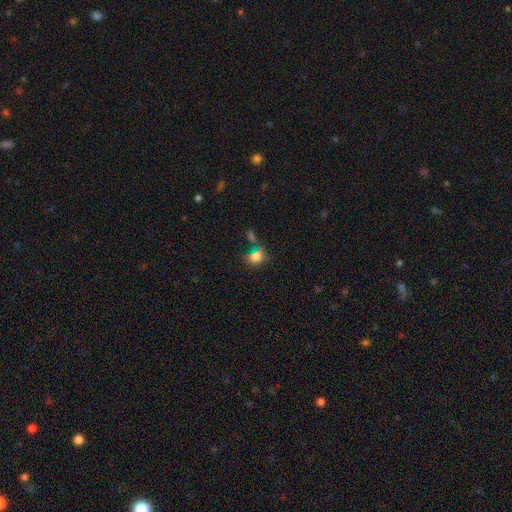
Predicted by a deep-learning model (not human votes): The model was most divided on "how rounded": in between: 60%, round: 38%, cigar-shaped: 2%. More confident: smooth or featured — smooth (80%); merging — none (51%).